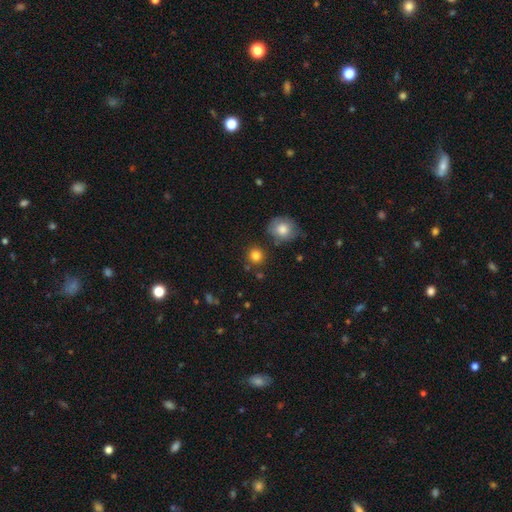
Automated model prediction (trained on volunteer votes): Smooth or featured: smooth — 82% (star or artifact — 12%)
How rounded: round — 92% (in between — 7%)
Merging: none — 84% (minor disturbance — 8%)